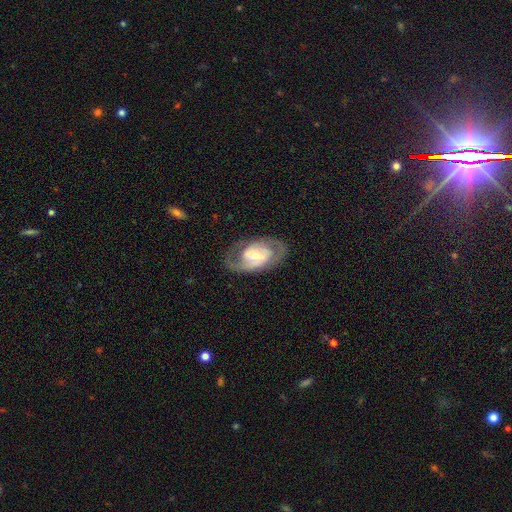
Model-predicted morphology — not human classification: Smooth or featured: featured or disk — 79% (smooth — 16%)
Edge-on disk: no — 95% (yes — 5%)
Bar: weak — 42% (no — 39%)
Spiral arms: yes — 85% (no — 15%)
Spiral winding: medium — 46% (tight — 38%)
Spiral arm count: 2 — 76% (can't tell — 13%)
Bulge size: moderate — 49% (small — 44%)
Merging: none — 75% (minor disturbance — 15%)